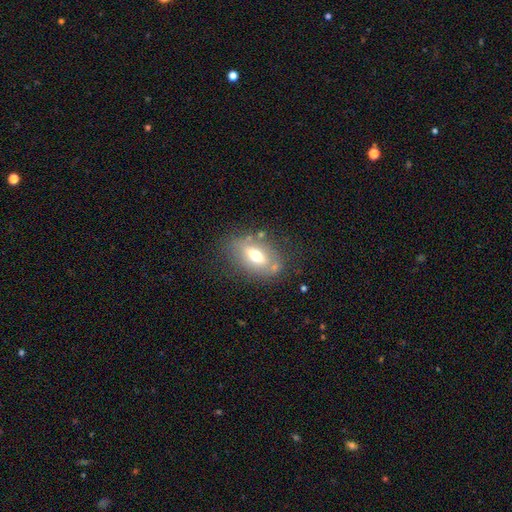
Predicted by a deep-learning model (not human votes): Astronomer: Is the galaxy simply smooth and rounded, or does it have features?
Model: smooth — 56% (runner-up: featured or disk, 35%).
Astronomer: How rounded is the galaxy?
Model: in between — 84%.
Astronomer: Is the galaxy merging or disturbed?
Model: none — 71%.